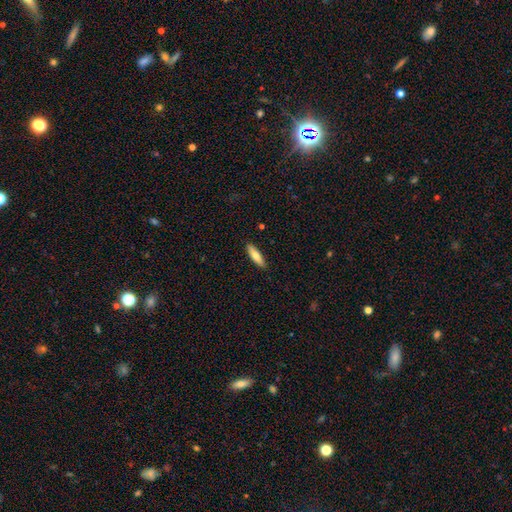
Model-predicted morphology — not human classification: A smooth galaxy with no disk features (70%) that is cigar-shaped (65%). Merging: none (90%).